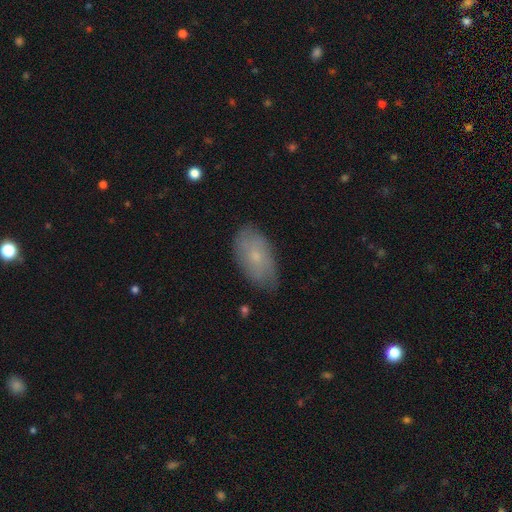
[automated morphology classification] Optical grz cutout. It shows a smooth galaxy with no disk features (65%) that is in between round and cigar-shaped (93%). Merging: none (77%).